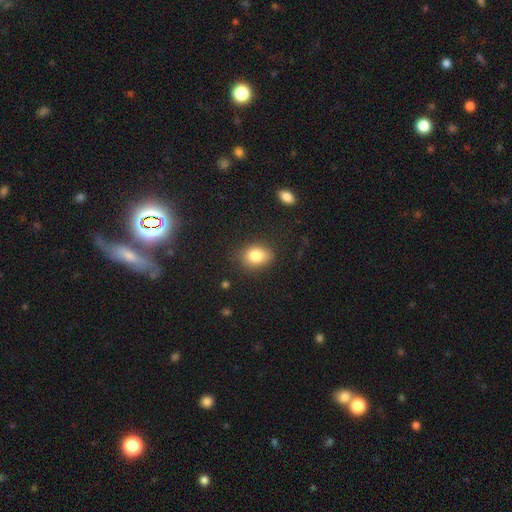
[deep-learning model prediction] A smooth galaxy with no disk features (83%) that is in between round and cigar-shaped (67%). Merging: none (80%).